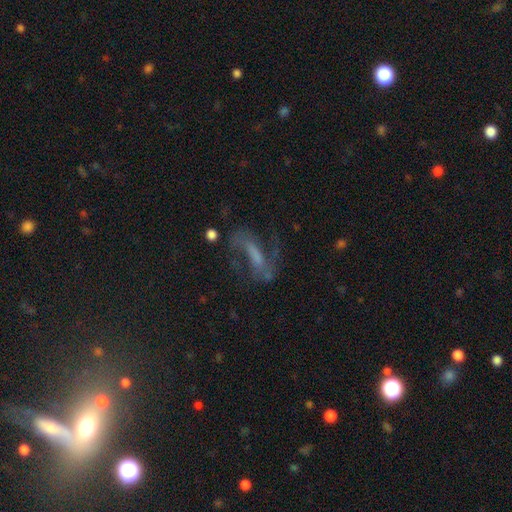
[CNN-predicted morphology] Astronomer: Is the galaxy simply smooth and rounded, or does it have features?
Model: featured or disk — 69%.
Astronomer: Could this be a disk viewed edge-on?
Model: no — 89%.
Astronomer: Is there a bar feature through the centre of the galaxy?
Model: strong — 45% (runner-up: weak, 34%).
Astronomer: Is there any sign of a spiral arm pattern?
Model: yes — 84%.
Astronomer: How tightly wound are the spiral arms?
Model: loose — 51% (runner-up: medium, 37%).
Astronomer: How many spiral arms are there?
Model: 2 — 85%.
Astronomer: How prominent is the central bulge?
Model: none — 39% (runner-up: small, 30%).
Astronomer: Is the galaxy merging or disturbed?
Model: none — 55%.